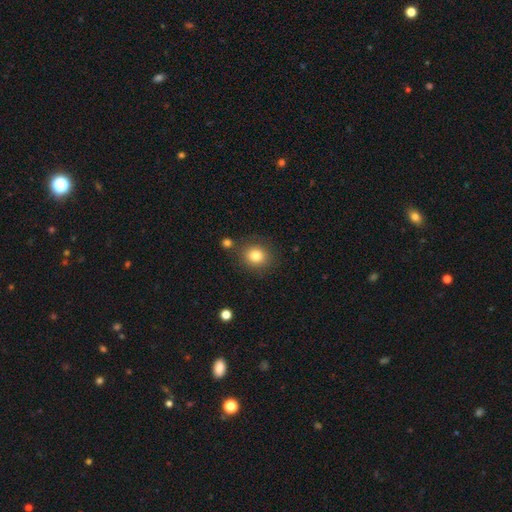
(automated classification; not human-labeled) Smooth or featured? Predicted: smooth (p=0.82). How rounded? Predicted: round (p=0.78). Merging? Predicted: none (p=0.81).